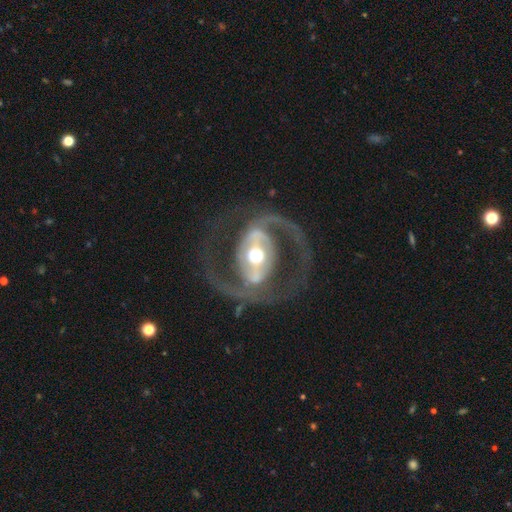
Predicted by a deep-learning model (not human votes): Smooth or featured: featured or disk — 89% (smooth — 7%)
Edge-on disk: no — 96% (yes — 4%)
Bar: strong — 53% (weak — 25%)
Spiral arms: yes — 87% (no — 13%)
Spiral winding: medium — 55% (loose — 27%)
Spiral arm count: 2 — 91% (can't tell — 3%)
Bulge size: moderate — 66% (large — 23%)
Merging: none — 70% (major disturbance — 16%)